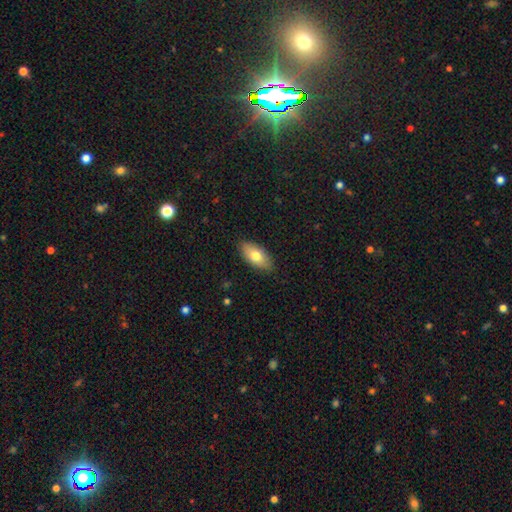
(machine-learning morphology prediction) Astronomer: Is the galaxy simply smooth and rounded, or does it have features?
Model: smooth — 74%.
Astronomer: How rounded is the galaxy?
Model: in between — 91%.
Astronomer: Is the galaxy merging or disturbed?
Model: none — 86%.